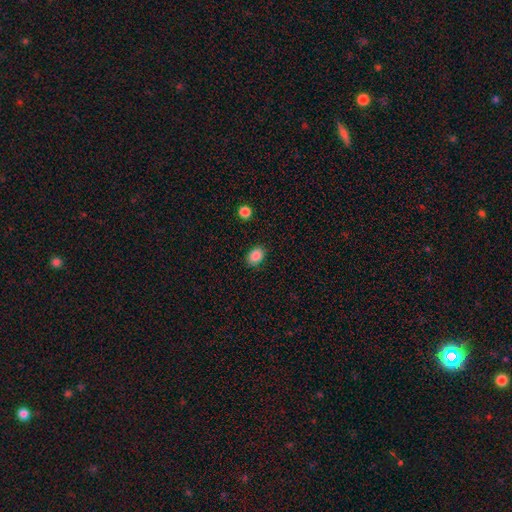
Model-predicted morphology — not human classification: Smooth or featured?
  - smooth: 87% *
  - star or artifact: 9%
  - featured or disk: 4%
How rounded?
  - in between: 67% *
  - round: 32%
  - cigar-shaped: 1%
Merging?
  - none: 85% *
  - minor disturbance: 10%
  - major disturbance: 3%
  - merger: 2%